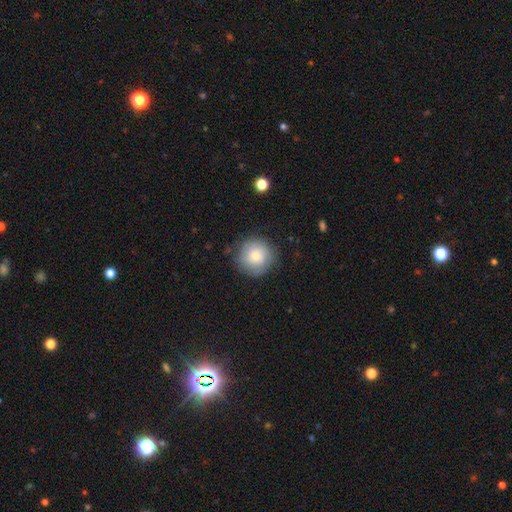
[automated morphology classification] The model was most divided on "smooth or featured": smooth: 76%, featured or disk: 17%, star or artifact: 8%. More confident: how rounded — round (94%); merging — none (81%).